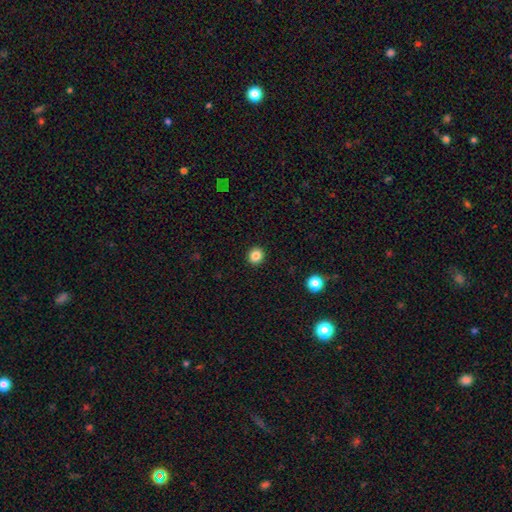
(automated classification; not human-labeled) A smooth galaxy with no disk features (85%) that is round (87%). Merging: none (93%).